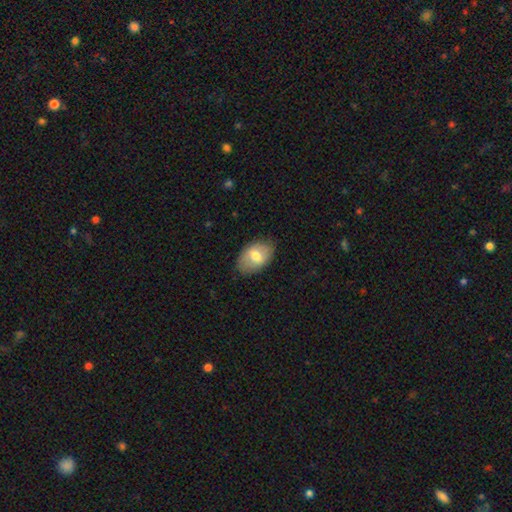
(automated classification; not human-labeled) Smooth or featured? smooth (68%)
How rounded? in between (89%)
Merging? none (81%)